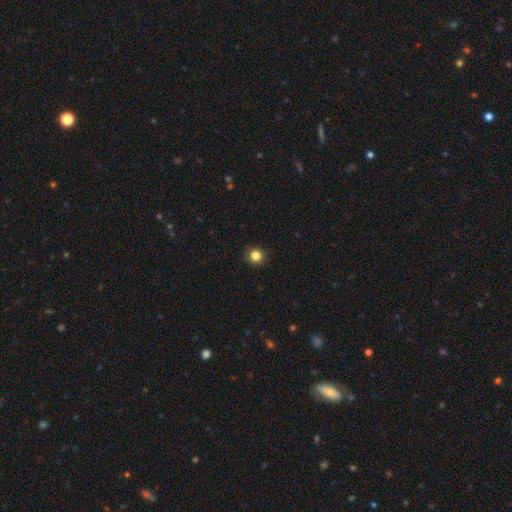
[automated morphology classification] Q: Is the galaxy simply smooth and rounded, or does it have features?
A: smooth — 84%.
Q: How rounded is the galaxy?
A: round — 92%.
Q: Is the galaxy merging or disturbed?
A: none — 91%.